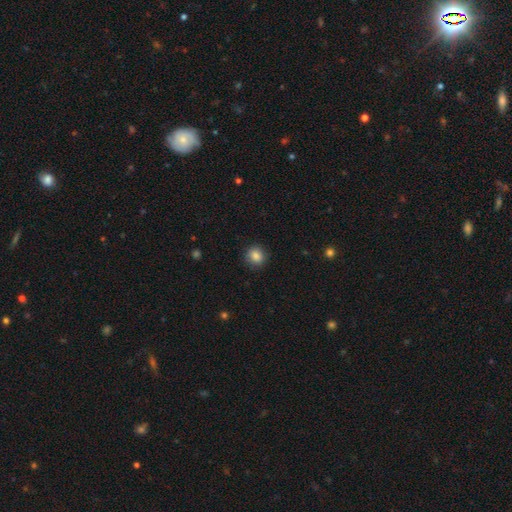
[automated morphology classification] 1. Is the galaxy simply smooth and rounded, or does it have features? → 86% smooth, 10% star or artifact, 4% featured or disk.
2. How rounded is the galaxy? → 86% round, 13% in between, 1% cigar-shaped.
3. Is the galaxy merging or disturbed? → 89% none, 8% minor disturbance, 2% major disturbance, 1% merger.